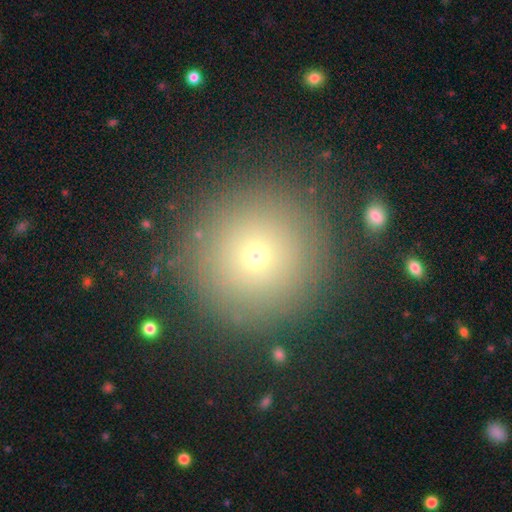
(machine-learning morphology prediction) smooth_or_featured: smooth (p=0.67) [alt: star or artifact p=0.21]
how_rounded: round (p=0.97) [alt: in between p=0.02]
merging: none (p=0.88) [alt: minor disturbance p=0.06]